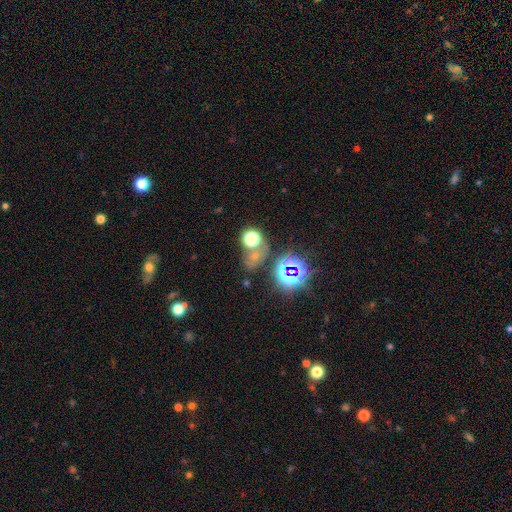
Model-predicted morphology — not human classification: Smooth or featured: star or artifact — 48% (smooth — 40%)